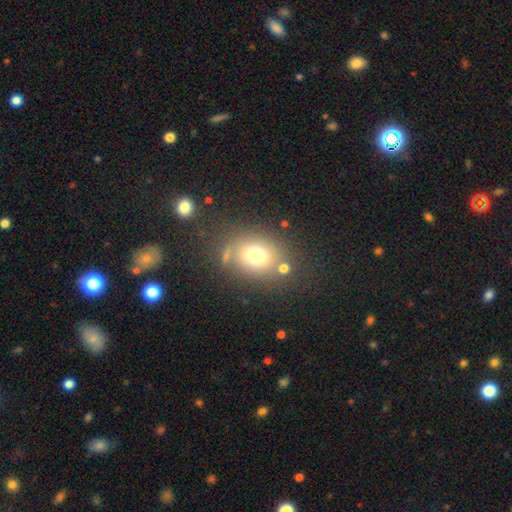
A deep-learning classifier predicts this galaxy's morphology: This is likely a smooth galaxy (72%). How rounded: possibly round (58%). Merging: likely none (69%).